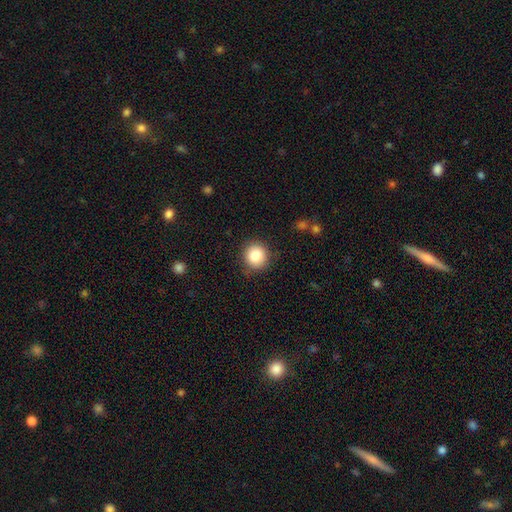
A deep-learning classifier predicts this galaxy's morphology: smooth 86%, star or artifact 9%, featured or disk 5%. Down the decision tree: how rounded — round (91%); merging — none (86%).